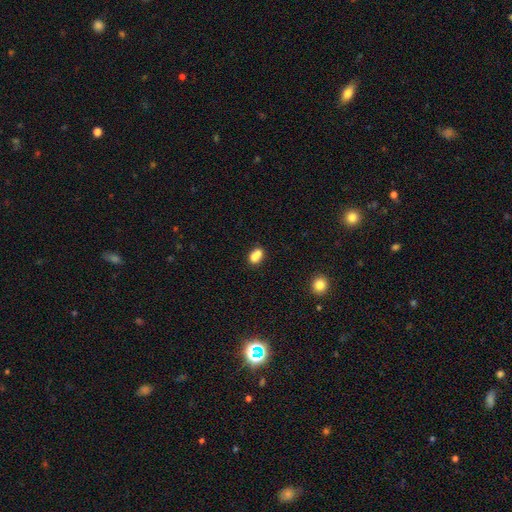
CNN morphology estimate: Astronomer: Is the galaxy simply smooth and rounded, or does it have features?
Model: smooth — 75%.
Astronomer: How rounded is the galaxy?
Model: in between — 60% (runner-up: round, 38%).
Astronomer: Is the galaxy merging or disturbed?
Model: merger — 53% (runner-up: none, 33%).